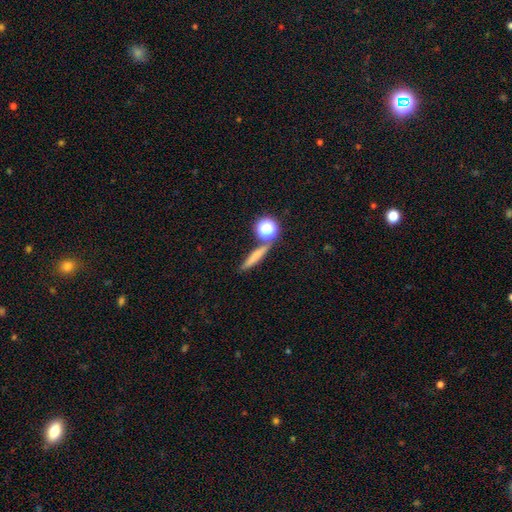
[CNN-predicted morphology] Smooth or featured: smooth — 68% (featured or disk — 19%)
How rounded: cigar-shaped — 73% (round — 15%)
Merging: none — 74% (merger — 13%)